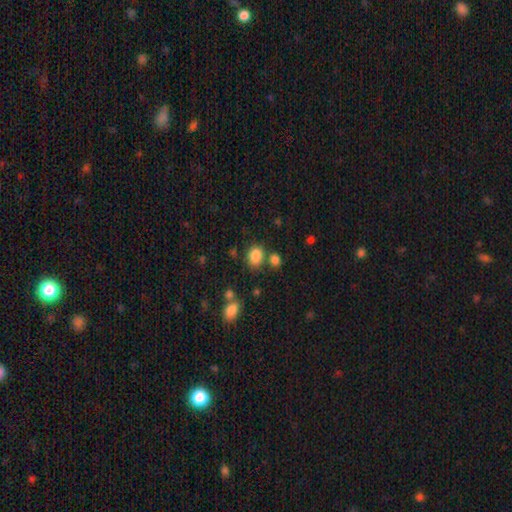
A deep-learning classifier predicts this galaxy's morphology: A smooth galaxy with no disk features (84%) that is in between round and cigar-shaped (52%).

Vote fractions:
- Smooth or featured? smooth: 84% / star or artifact: 11% / featured or disk: 5%
- How rounded? in between: 52% / round: 47% / cigar-shaped: 1%
- Merging? none: 67% / merger: 14% / minor disturbance: 13% / major disturbance: 5%